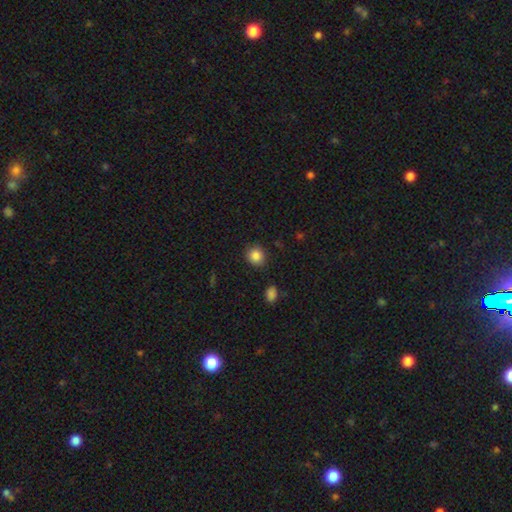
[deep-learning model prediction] Q: Smooth or featured?
A: smooth (86%); runner-up: star or artifact (10%)
Q: How rounded?
A: round (81%); runner-up: in between (18%)
Q: Merging?
A: none (86%); runner-up: minor disturbance (10%)